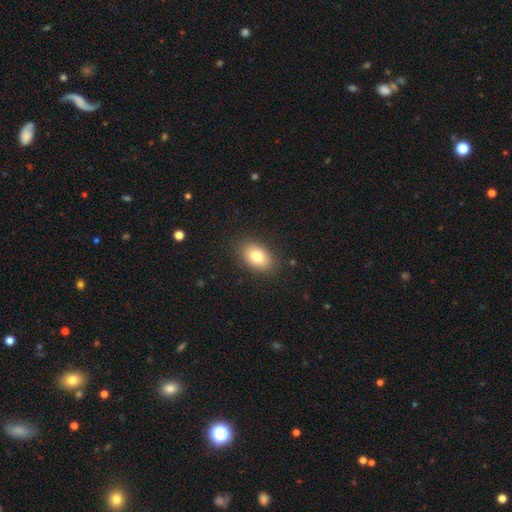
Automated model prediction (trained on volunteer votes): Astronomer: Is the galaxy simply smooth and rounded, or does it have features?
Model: smooth — 81%.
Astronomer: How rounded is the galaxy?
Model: in between — 86%.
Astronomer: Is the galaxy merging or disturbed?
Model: none — 87%.